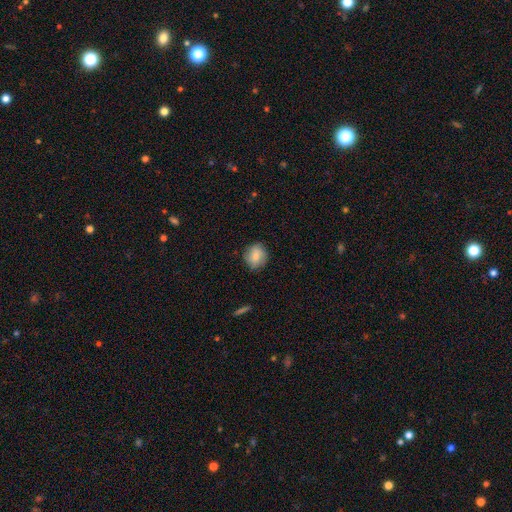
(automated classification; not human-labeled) Smooth or featured? Predicted: smooth (p=0.75). How rounded? Predicted: round (p=0.79). Merging? Predicted: none (p=0.81).